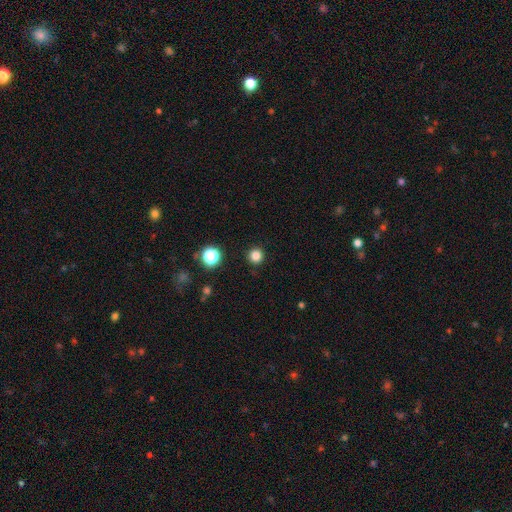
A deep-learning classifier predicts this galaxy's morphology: smooth-or-featured: smooth: 82% | star or artifact: 14% | featured or disk: 3%
  how-rounded: round: 95% | in between: 4% | cigar-shaped: 1%
  merging: none: 92% | minor disturbance: 5% | major disturbance: 2% | merger: 1%